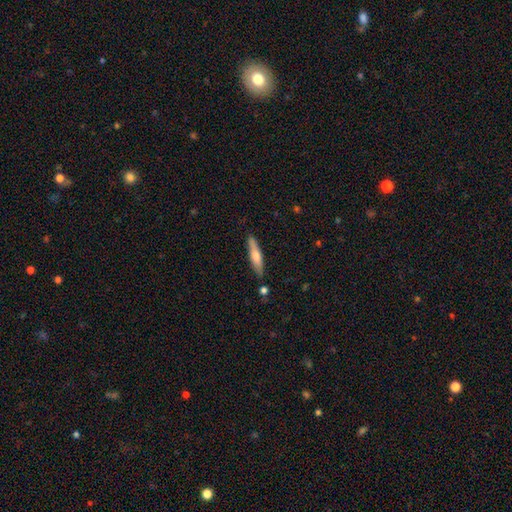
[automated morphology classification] type=smooth (60%); roundness=cigar-shaped (83%); merging=none (83%).